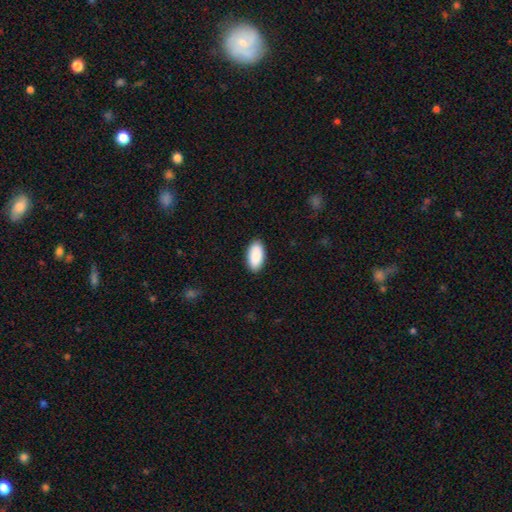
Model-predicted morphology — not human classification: This is clearly a smooth galaxy (91%). How rounded: clearly in between (94%). Merging: clearly none (90%).